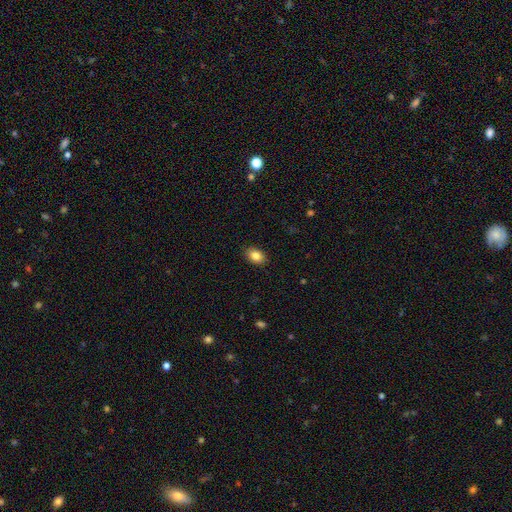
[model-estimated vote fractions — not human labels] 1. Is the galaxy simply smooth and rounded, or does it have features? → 84% smooth, 9% star or artifact, 7% featured or disk.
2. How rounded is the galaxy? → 75% in between, 24% round, 1% cigar-shaped.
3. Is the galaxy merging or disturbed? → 88% none, 9% minor disturbance, 2% major disturbance, 1% merger.